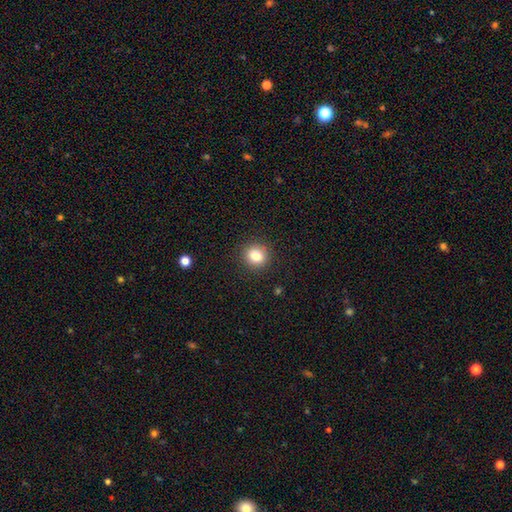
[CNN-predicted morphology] Smooth or featured? Predicted: smooth (p=0.81). How rounded? Predicted: round (p=0.87). Merging? Predicted: none (p=0.90).